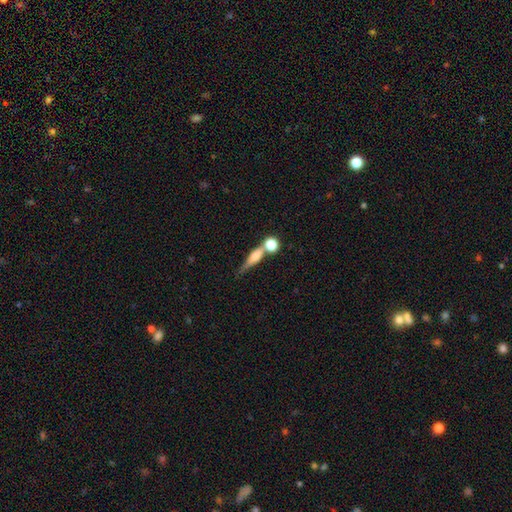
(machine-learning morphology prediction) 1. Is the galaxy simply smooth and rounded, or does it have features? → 55% smooth, 33% featured or disk, 11% star or artifact.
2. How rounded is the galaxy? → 47% cigar-shaped, 33% in between, 20% round.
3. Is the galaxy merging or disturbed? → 42% none, 34% merger, 15% minor disturbance, 10% major disturbance.